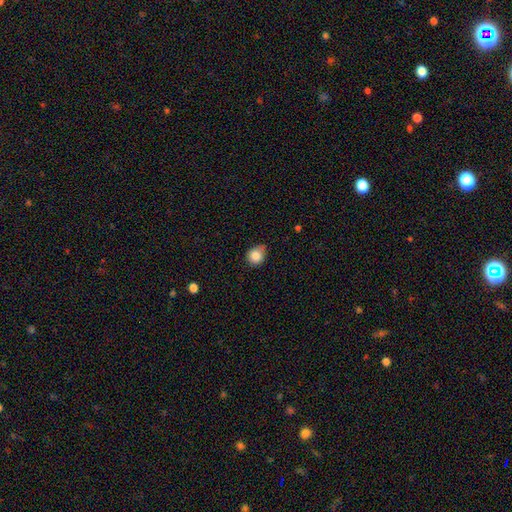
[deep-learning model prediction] Morphology: type=smooth (85%); roundness=round (73%); merging=none (54%).